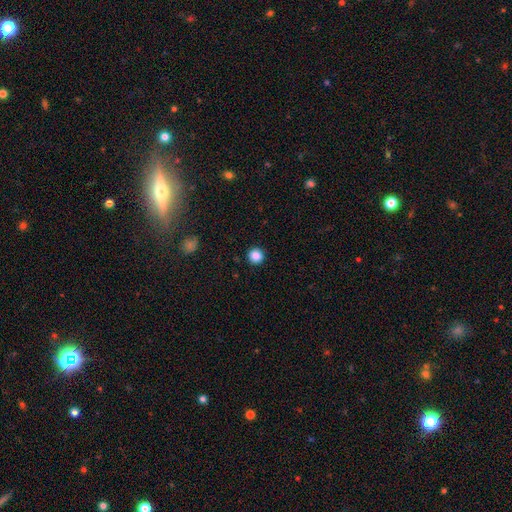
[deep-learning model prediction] The model was most divided on "smooth or featured": smooth: 87%, star or artifact: 10%, featured or disk: 3%. More confident: how rounded — round (95%); merging — none (92%).